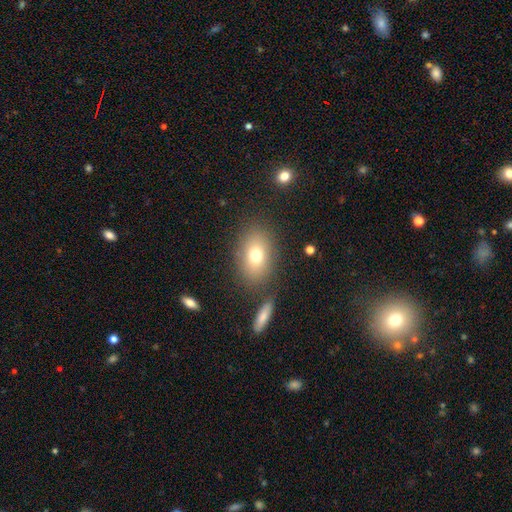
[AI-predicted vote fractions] smooth_or_featured: smooth (p=0.74) [alt: featured or disk p=0.14]
how_rounded: in between (p=0.77) [alt: round p=0.21]
merging: none (p=0.78) [alt: minor disturbance p=0.11]